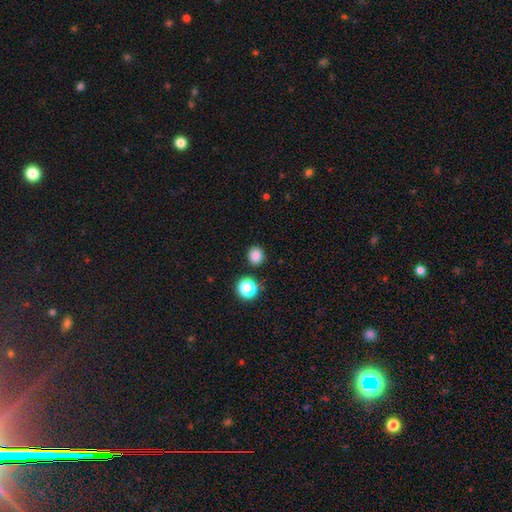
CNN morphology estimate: smooth-or-featured: smooth: 83% | star or artifact: 14% | featured or disk: 3%
  how-rounded: round: 87% | in between: 12% | cigar-shaped: 1%
  merging: none: 88% | minor disturbance: 6% | merger: 3% | major disturbance: 2%